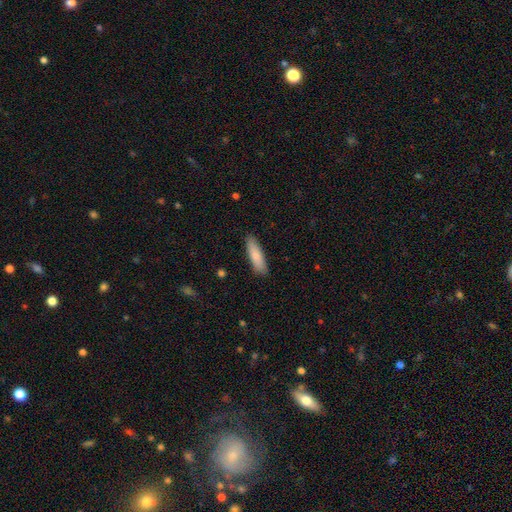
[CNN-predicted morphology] Smooth or featured?
  - smooth: 84% *
  - featured or disk: 10%
  - star or artifact: 6%
How rounded?
  - cigar-shaped: 56% *
  - in between: 42%
  - round: 2%
Merging?
  - none: 87% *
  - minor disturbance: 10%
  - major disturbance: 2%
  - merger: 1%